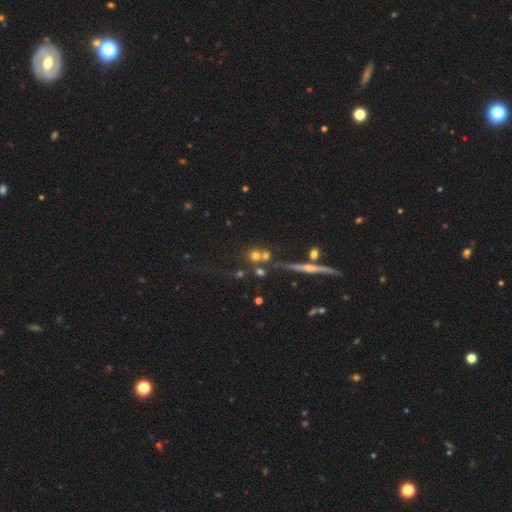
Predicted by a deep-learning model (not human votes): Smooth or featured?
  - smooth: 59% *
  - featured or disk: 21%
  - star or artifact: 21%
How rounded?
  - round: 89% *
  - in between: 8%
  - cigar-shaped: 3%
Merging?
  - none: 54% *
  - merger: 32%
  - minor disturbance: 9%
  - major disturbance: 6%